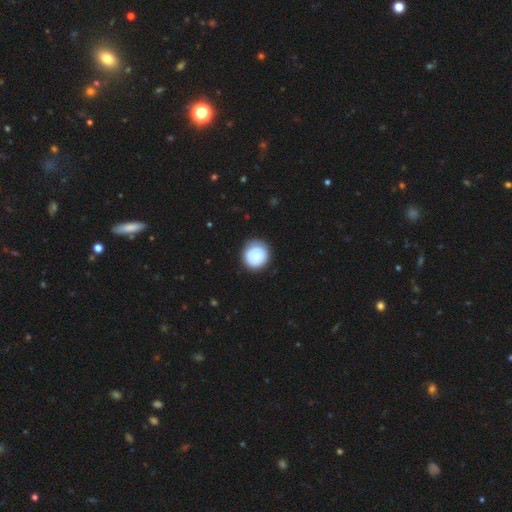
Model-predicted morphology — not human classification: type=smooth (72%); roundness=round (93%); merging=none (82%).